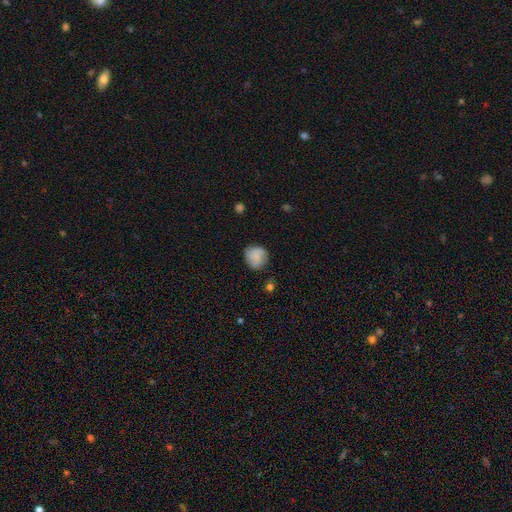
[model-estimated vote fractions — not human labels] Q: Smooth or featured?
A: smooth (75%); runner-up: featured or disk (17%)
Q: How rounded?
A: round (83%); runner-up: in between (16%)
Q: Merging?
A: none (75%); runner-up: minor disturbance (18%)